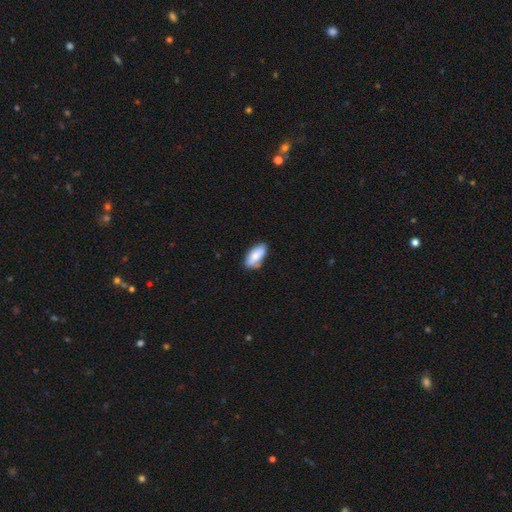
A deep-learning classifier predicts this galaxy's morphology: This is likely a smooth galaxy (79%). How rounded: clearly in between (88%). Merging: likely none (72%).